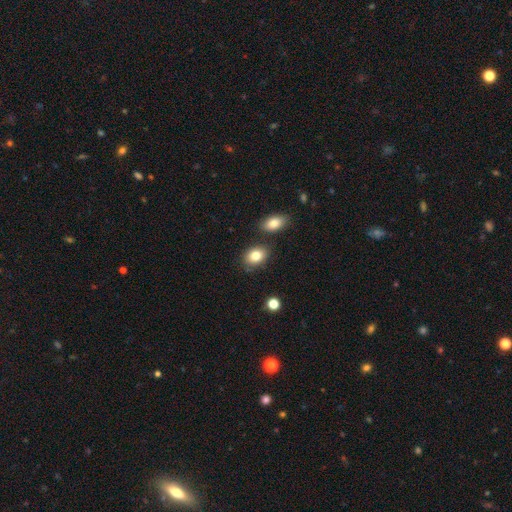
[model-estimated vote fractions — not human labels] Smooth or featured? Predicted: smooth (p=0.82). How rounded? Predicted: in between (p=0.77). Merging? Predicted: none (p=0.77).